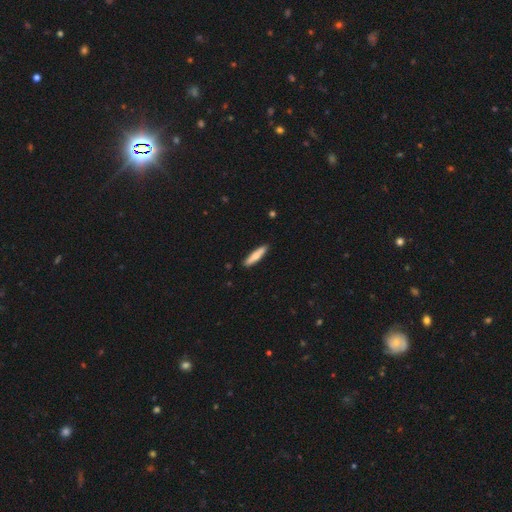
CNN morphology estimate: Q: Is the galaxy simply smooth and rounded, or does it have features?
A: smooth — 69%.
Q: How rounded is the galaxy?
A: cigar-shaped — 85%.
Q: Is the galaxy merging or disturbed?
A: none — 89%.